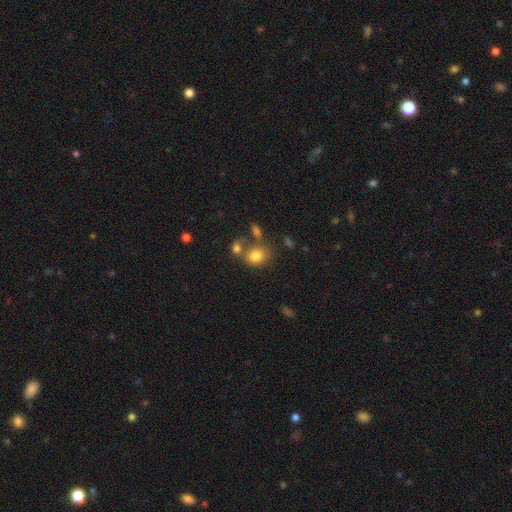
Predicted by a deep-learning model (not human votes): Overall: smooth (80%). How rounded: round (51%; in between 48%). Merging: none (54%; merger 26%).